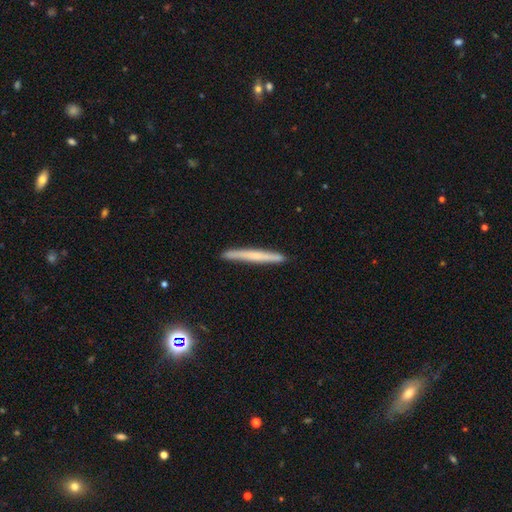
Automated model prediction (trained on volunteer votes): Smooth or featured? smooth (50%)
How rounded? cigar-shaped (97%)
Merging? none (90%)